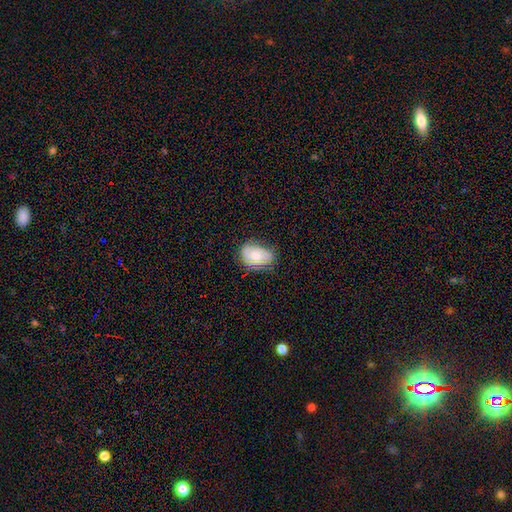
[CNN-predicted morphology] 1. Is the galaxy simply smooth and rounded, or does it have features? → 63% smooth, 27% featured or disk, 10% star or artifact.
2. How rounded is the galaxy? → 80% in between, 19% round, 1% cigar-shaped.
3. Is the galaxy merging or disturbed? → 64% none, 27% minor disturbance, 8% major disturbance, 2% merger.